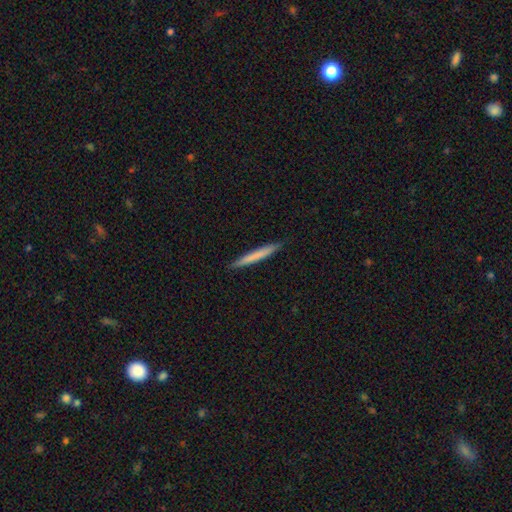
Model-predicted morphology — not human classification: smooth-or-featured: smooth: 71% | featured or disk: 24% | star or artifact: 6%
  how-rounded: cigar-shaped: 97% | in between: 2% | round: 1%
  merging: none: 91% | minor disturbance: 6% | major disturbance: 1% | merger: 1%